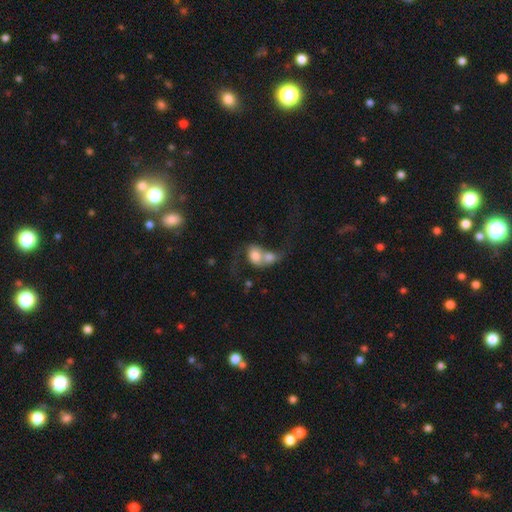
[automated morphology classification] smooth 57%, featured or disk 33%, star or artifact 9%. Down the decision tree: how rounded — in between (53%); merging — merger (81%).